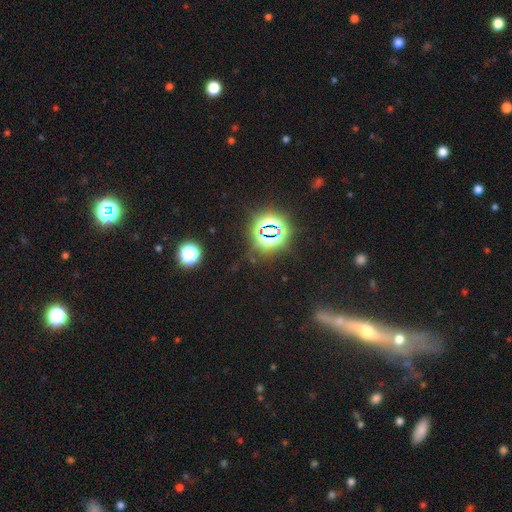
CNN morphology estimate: smooth-or-featured: star or artifact: 64% | smooth: 19% | featured or disk: 17%